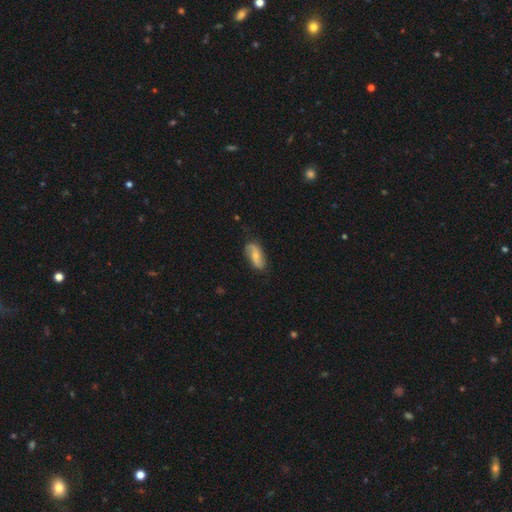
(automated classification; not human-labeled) Smooth or featured? featured or disk (52%)
Edge-on disk? no (91%)
Merging? none (73%)